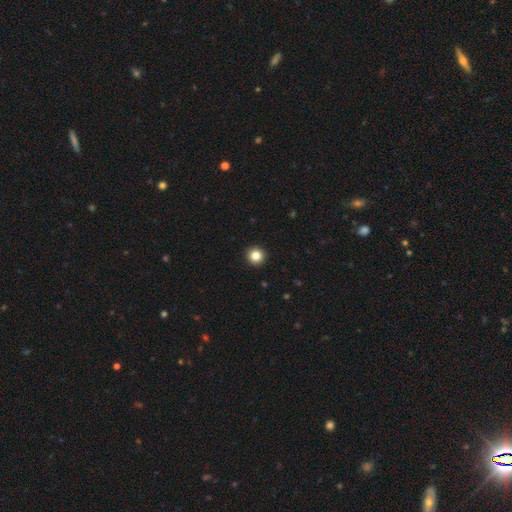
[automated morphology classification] Smooth or featured?
  - smooth: 84% *
  - star or artifact: 11%
  - featured or disk: 5%
How rounded?
  - round: 95% *
  - in between: 4%
  - cigar-shaped: 1%
Merging?
  - none: 94% *
  - minor disturbance: 4%
  - major disturbance: 1%
  - merger: 1%